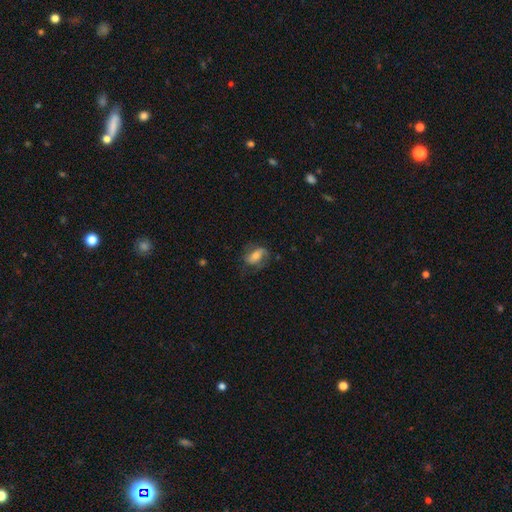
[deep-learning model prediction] Overall: featured or disk (55%; smooth 37%). Edge-on disk: no (94%). Bar: no (35%; weak 34%). Spiral arms: yes (83%). Bulge size: moderate (50%; small 34%). Merging: none (61%; minor disturbance 22%).